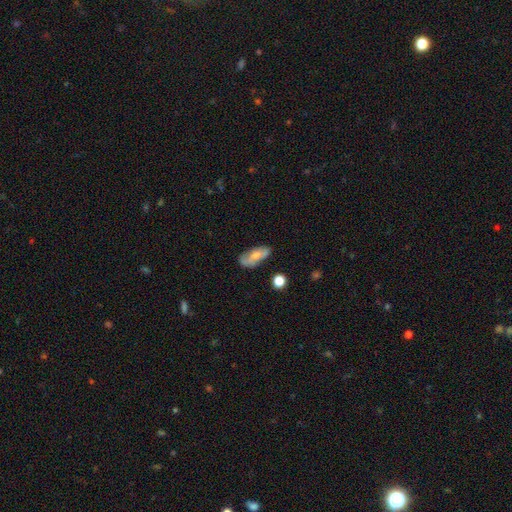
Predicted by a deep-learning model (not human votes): A smooth galaxy with no disk features (57%) that is in between round and cigar-shaped (82%).

Vote fractions:
- Smooth or featured? smooth: 57% / featured or disk: 35% / star or artifact: 8%
- How rounded? in between: 82% / cigar-shaped: 14% / round: 4%
- Merging? none: 62% / minor disturbance: 26% / major disturbance: 9% / merger: 4%